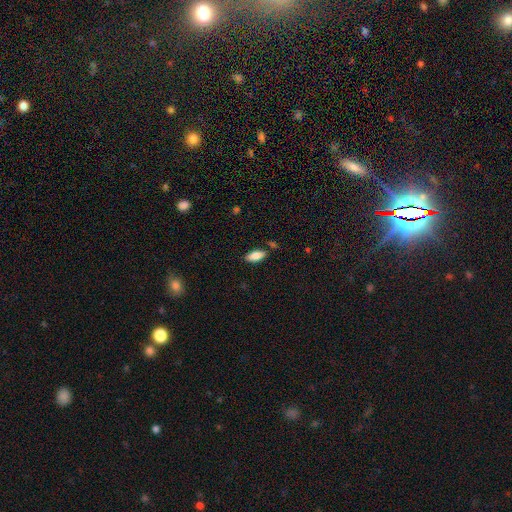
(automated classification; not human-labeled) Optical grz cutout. It shows a smooth galaxy with no disk features (85%) that is in between round and cigar-shaped (86%). Merging: none (82%).